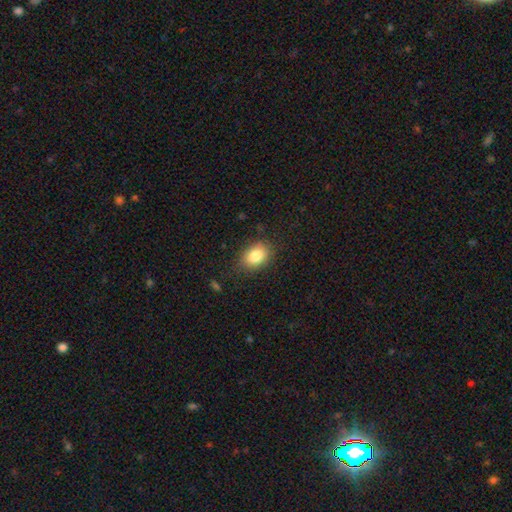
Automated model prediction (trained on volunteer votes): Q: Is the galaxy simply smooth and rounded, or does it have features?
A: smooth — 83%.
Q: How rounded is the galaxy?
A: in between — 73%.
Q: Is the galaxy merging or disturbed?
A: none — 81%.